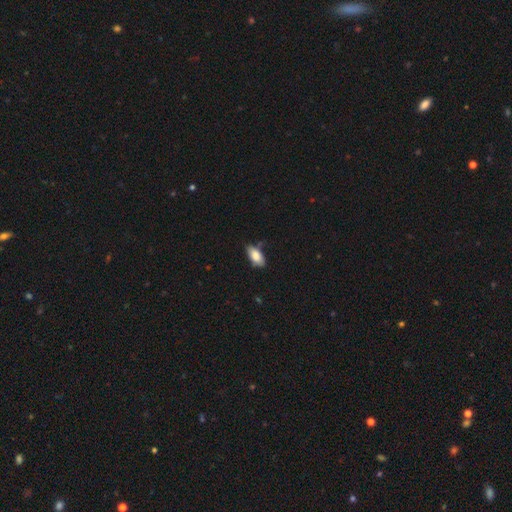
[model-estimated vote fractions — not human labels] smooth 84%, featured or disk 9%, star or artifact 7%. Down the decision tree: how rounded — in between (91%); merging — none (72%).